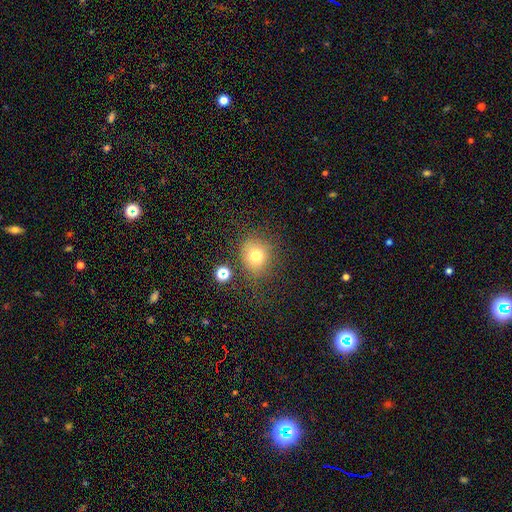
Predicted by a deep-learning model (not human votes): Q: Smooth or featured?
A: smooth (72%); runner-up: star or artifact (17%)
Q: How rounded?
A: round (82%); runner-up: in between (17%)
Q: Merging?
A: none (72%); runner-up: minor disturbance (14%)